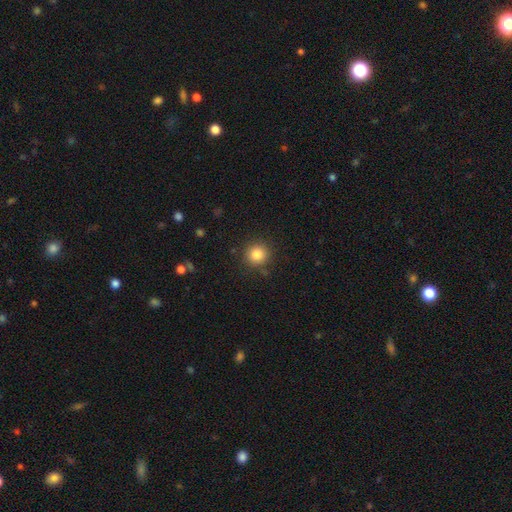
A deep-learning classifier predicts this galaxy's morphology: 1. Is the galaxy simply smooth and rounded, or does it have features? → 84% smooth, 11% star or artifact, 5% featured or disk.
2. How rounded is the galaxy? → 92% round, 7% in between, 1% cigar-shaped.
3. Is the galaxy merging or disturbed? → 88% none, 8% minor disturbance, 3% major disturbance, 2% merger.